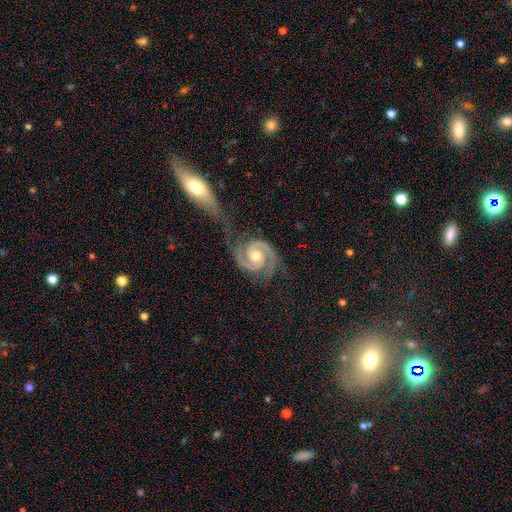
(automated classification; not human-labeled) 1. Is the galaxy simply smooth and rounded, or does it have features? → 93% featured or disk, 4% star or artifact, 3% smooth.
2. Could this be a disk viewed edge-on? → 98% no, 2% yes.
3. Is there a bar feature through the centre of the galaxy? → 62% no, 28% weak, 10% strong.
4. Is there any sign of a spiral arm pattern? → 99% yes, 1% no.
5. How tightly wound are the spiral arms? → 53% tight, 41% medium, 7% loose.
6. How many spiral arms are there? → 92% 2, 3% 3, 2% can't tell, 1% 1, 1% 4, 1% more than 4.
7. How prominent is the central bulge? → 76% moderate, 15% small, 6% large, 1% none, 1% dominant.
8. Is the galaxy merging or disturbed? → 55% none, 19% minor disturbance, 13% major disturbance, 12% merger.